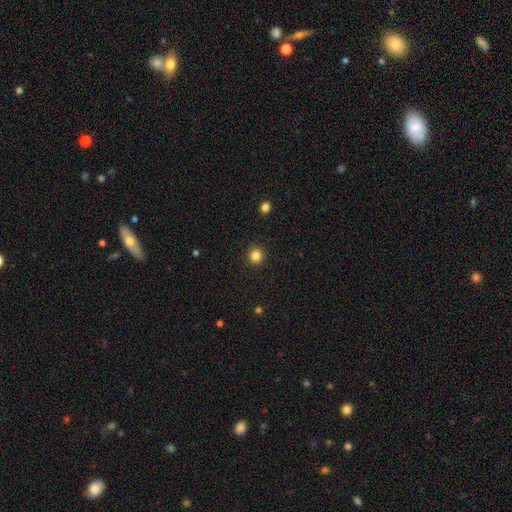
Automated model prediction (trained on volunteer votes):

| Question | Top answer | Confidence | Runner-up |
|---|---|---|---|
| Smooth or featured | smooth | 83% | star or artifact (12%) |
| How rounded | round | 92% | in between (7%) |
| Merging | none | 91% | minor disturbance (6%) |